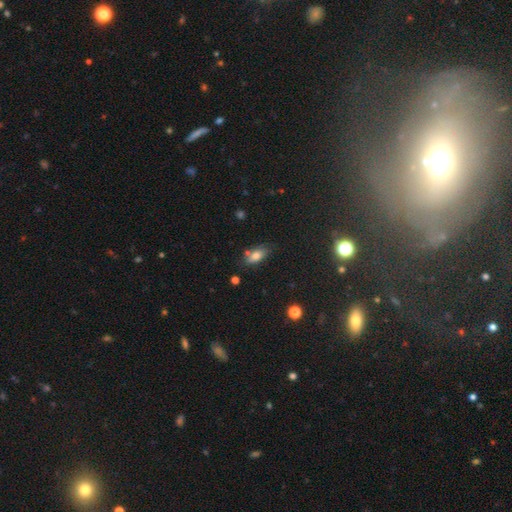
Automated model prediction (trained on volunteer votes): Smooth or featured? smooth (78%)
How rounded? in between (85%)
Merging? none (66%)